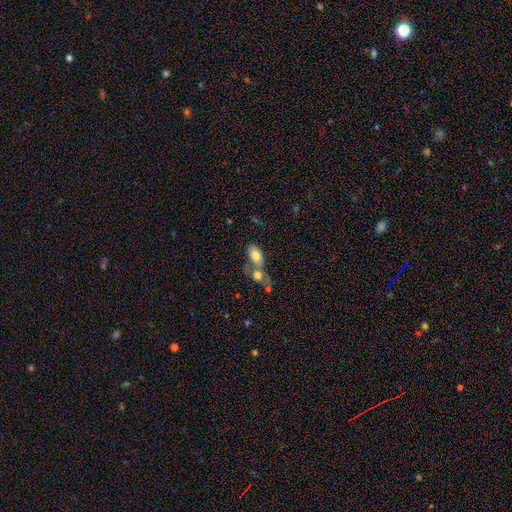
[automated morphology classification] smooth_or_featured: smooth (p=0.77) [alt: featured or disk p=0.16]
how_rounded: in between (p=0.89) [alt: round p=0.08]
merging: merger (p=0.60) [alt: none p=0.27]